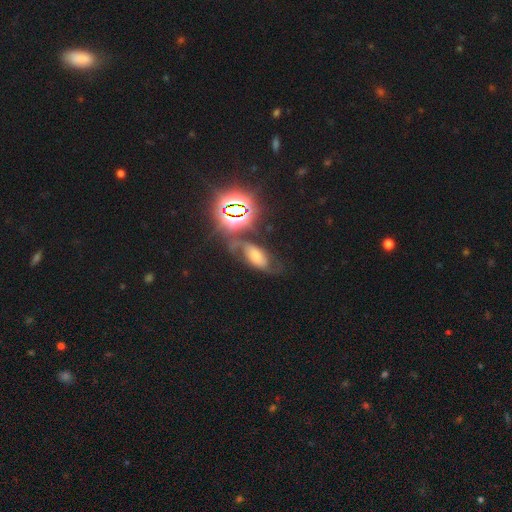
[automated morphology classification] Smooth or featured? featured or disk (41%)
Merging? none (45%)